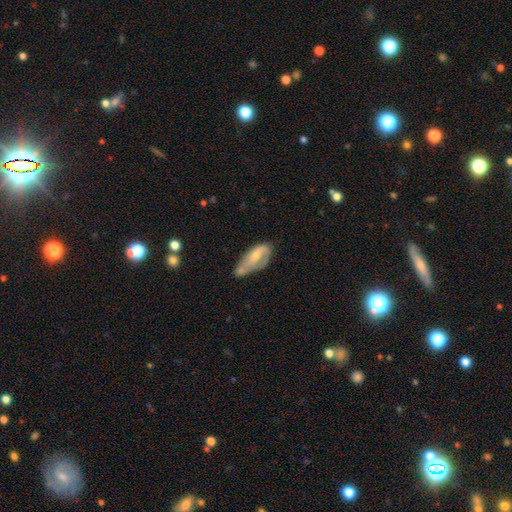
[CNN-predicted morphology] This appears to be a smooth galaxy with no disk features (48%). Merging: minor disturbance (32%).